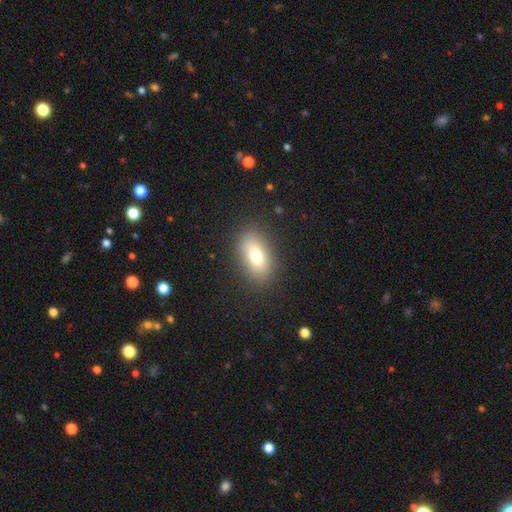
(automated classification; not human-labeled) This appears to be a smooth galaxy with no disk features (73%) that is in between round and cigar-shaped (85%). Merging: none (85%).